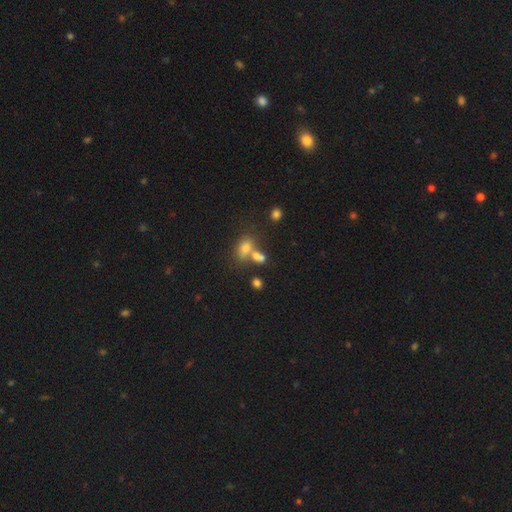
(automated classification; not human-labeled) smooth_or_featured: smooth (p=0.71) [alt: star or artifact p=0.16]
how_rounded: in between (p=0.75) [alt: round p=0.21]
merging: merger (p=0.44) [alt: none p=0.38]